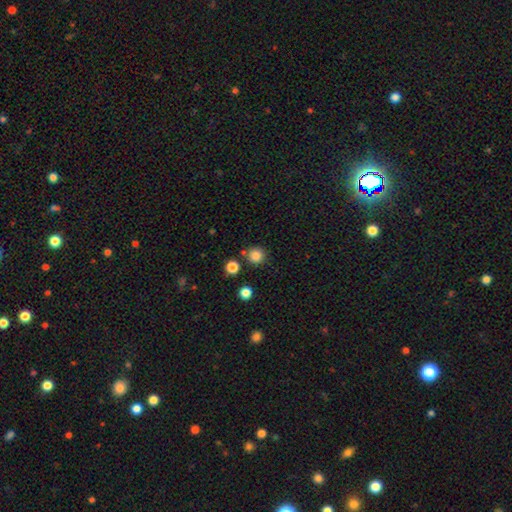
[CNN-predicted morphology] A smooth galaxy with no disk features (83%) that is round (94%).

Vote fractions:
- Smooth or featured? smooth: 83% / star or artifact: 13% / featured or disk: 4%
- How rounded? round: 94% / in between: 5% / cigar-shaped: 1%
- Merging? none: 84% / minor disturbance: 7% / merger: 7% / major disturbance: 2%